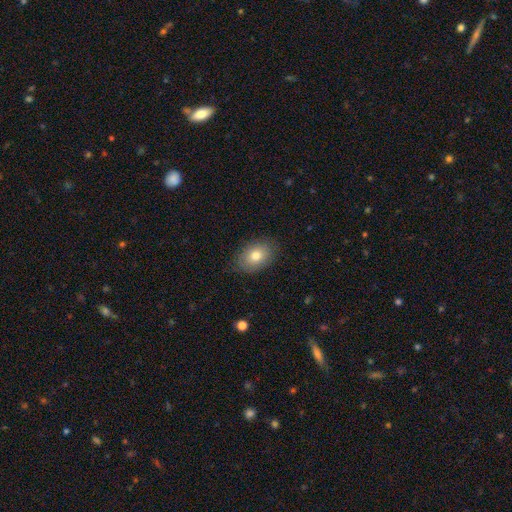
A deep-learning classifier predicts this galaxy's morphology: This appears to be a smooth galaxy with no disk features (77%) that is in between round and cigar-shaped (81%). Merging: none (83%).